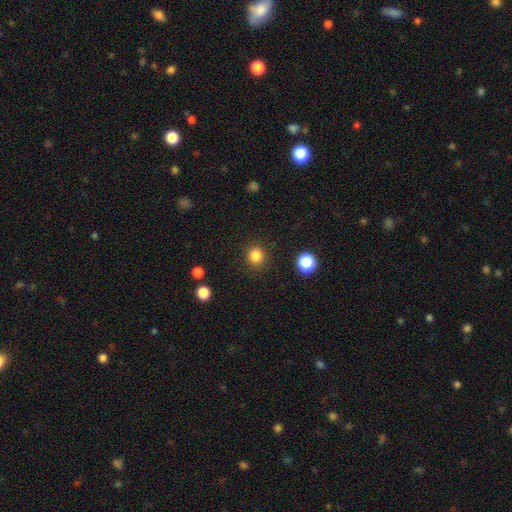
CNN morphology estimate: smooth_or_featured: smooth (p=0.84) [alt: star or artifact p=0.12]
how_rounded: round (p=0.91) [alt: in between p=0.08]
merging: none (p=0.90) [alt: minor disturbance p=0.06]